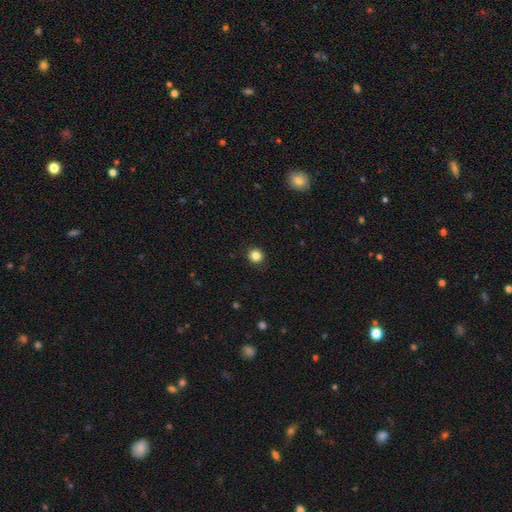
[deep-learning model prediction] A smooth galaxy with no disk features (84%) that is round (91%). Merging: none (92%).